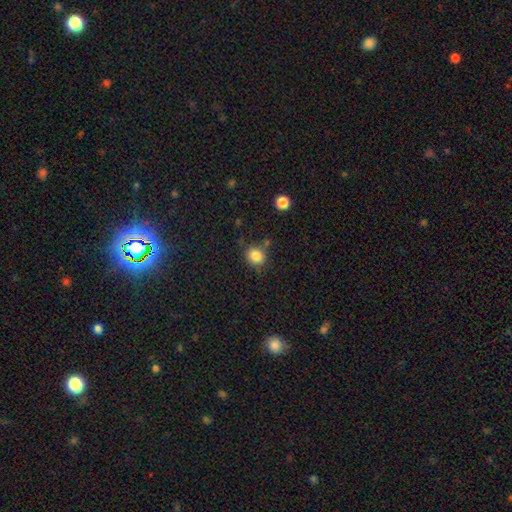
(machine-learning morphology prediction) smooth-or-featured: smooth: 84% | star or artifact: 11% | featured or disk: 5%
  how-rounded: round: 86% | in between: 13% | cigar-shaped: 1%
  merging: none: 79% | minor disturbance: 12% | merger: 6% | major disturbance: 3%